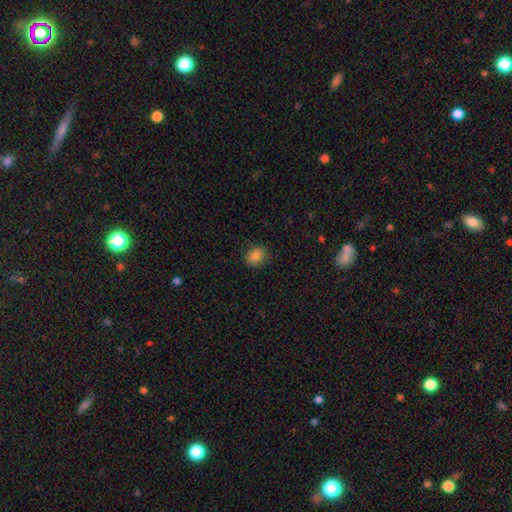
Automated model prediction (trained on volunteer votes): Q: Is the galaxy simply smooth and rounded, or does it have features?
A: smooth — 85%.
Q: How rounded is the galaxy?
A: in between — 50%.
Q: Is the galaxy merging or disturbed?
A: none — 86%.